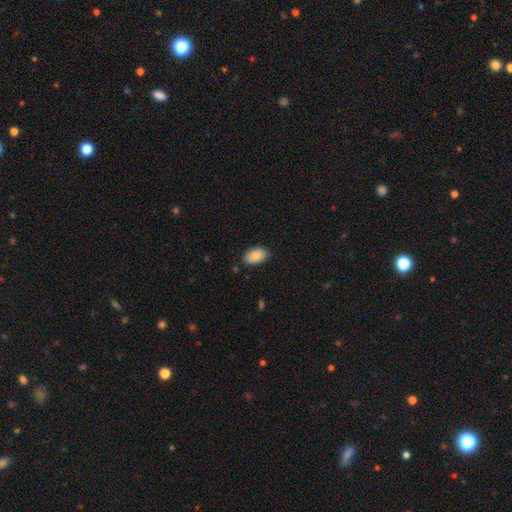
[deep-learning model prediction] Q: Smooth or featured?
A: smooth (86%); runner-up: featured or disk (7%)
Q: How rounded?
A: in between (90%); runner-up: round (9%)
Q: Merging?
A: none (81%); runner-up: minor disturbance (15%)